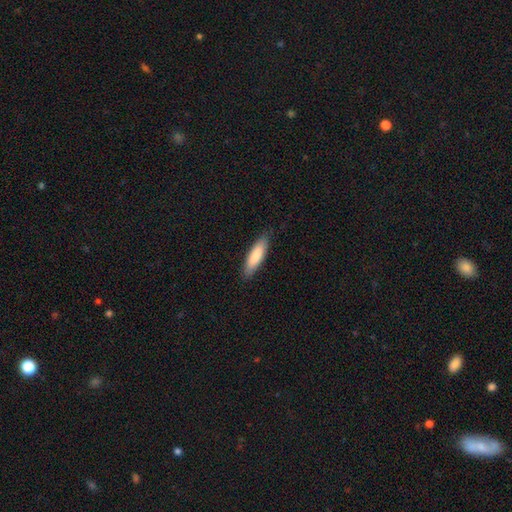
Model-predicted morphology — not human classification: This is clearly a smooth galaxy (85%). How rounded: likely cigar-shaped (62%). Merging: clearly none (86%).